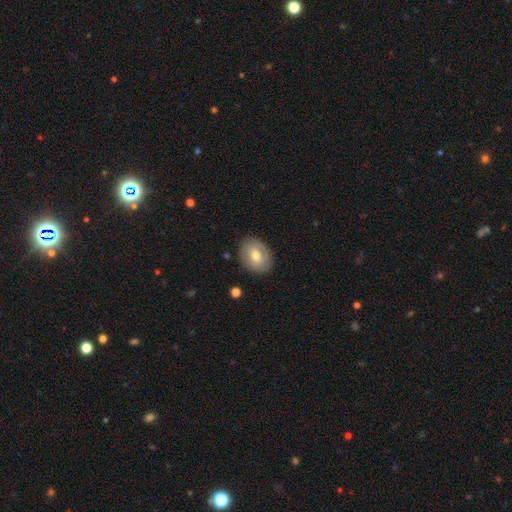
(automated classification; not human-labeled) smooth_or_featured: smooth (p=0.55) [alt: featured or disk p=0.37]
how_rounded: in between (p=0.51) [alt: round p=0.48]
merging: none (p=0.82) [alt: minor disturbance p=0.13]